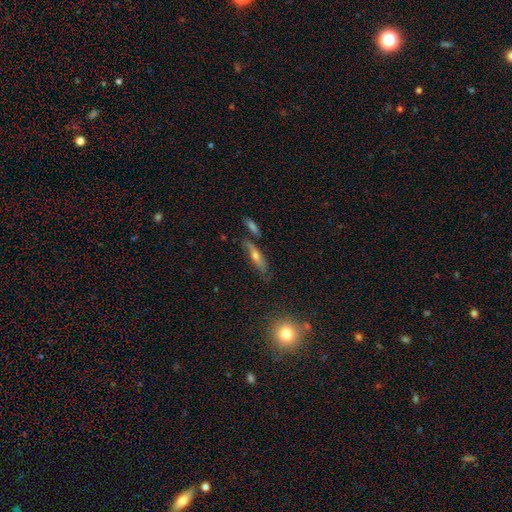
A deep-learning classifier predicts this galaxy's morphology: Smooth or featured? smooth (45%)
Merging? none (68%)